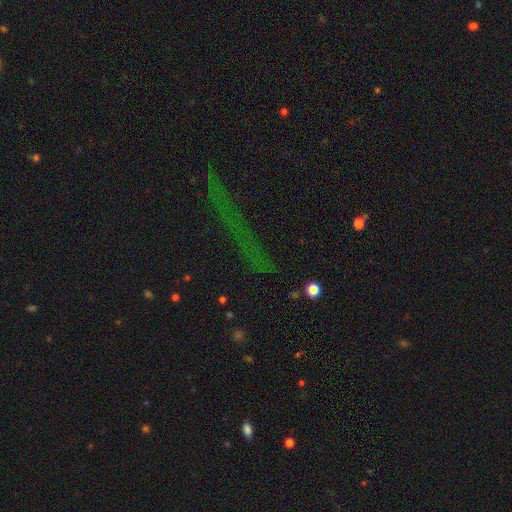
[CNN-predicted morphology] This is likely a star or artifact rather than a galaxy (71%).